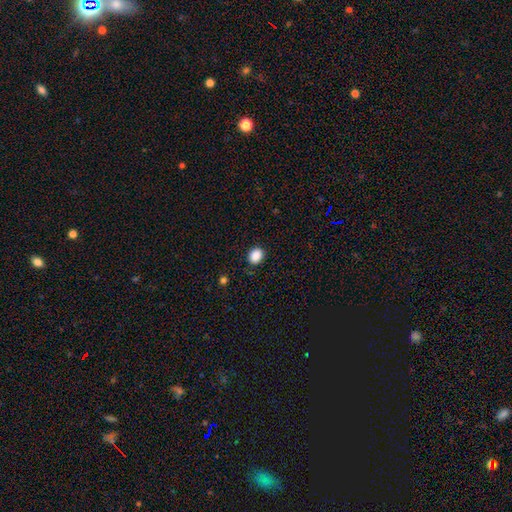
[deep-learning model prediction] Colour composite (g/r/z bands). It shows a smooth galaxy with no disk features (89%) that is round (53%). Merging: none (89%).